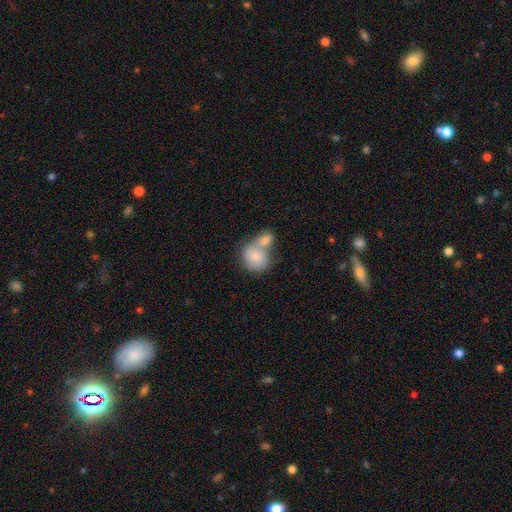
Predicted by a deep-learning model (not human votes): smooth-or-featured: smooth: 70% | featured or disk: 24% | star or artifact: 6%
  how-rounded: round: 61% | in between: 38% | cigar-shaped: 1%
  merging: merger: 67% | none: 21% | minor disturbance: 9% | major disturbance: 4%